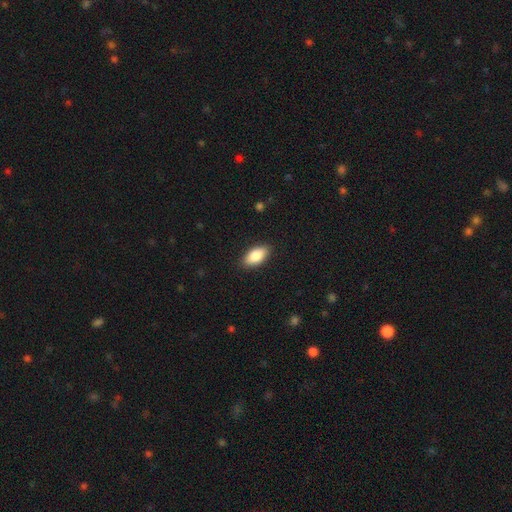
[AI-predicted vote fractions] Overall: smooth (84%). How rounded: in between (91%). Merging: none (89%).